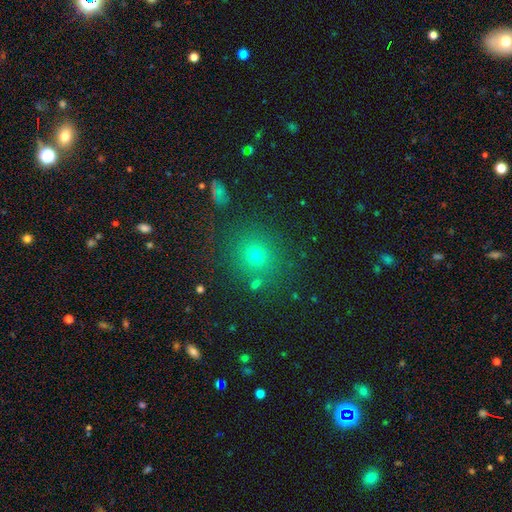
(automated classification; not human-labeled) Q: Smooth or featured?
A: smooth (70%); runner-up: star or artifact (21%)
Q: How rounded?
A: round (89%); runner-up: in between (10%)
Q: Merging?
A: none (82%); runner-up: minor disturbance (9%)